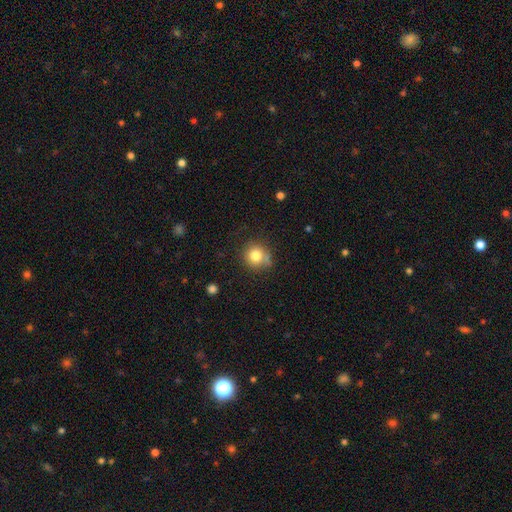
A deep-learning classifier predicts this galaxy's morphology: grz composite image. It shows a smooth galaxy with no disk features (80%) that is round (91%). Merging: none (72%).